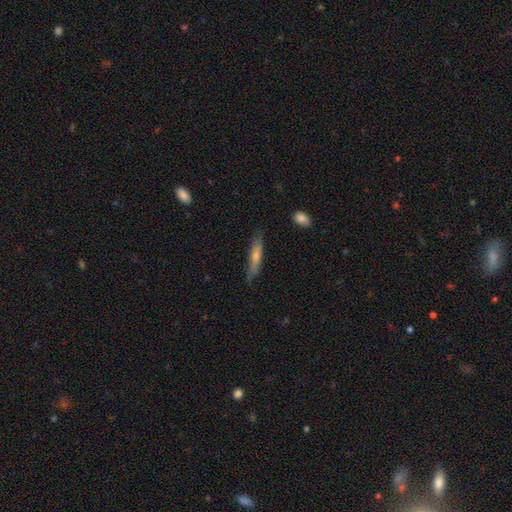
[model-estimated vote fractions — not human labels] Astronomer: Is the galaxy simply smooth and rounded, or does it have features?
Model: smooth — 48% (runner-up: featured or disk, 45%).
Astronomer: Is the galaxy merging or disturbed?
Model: none — 81%.